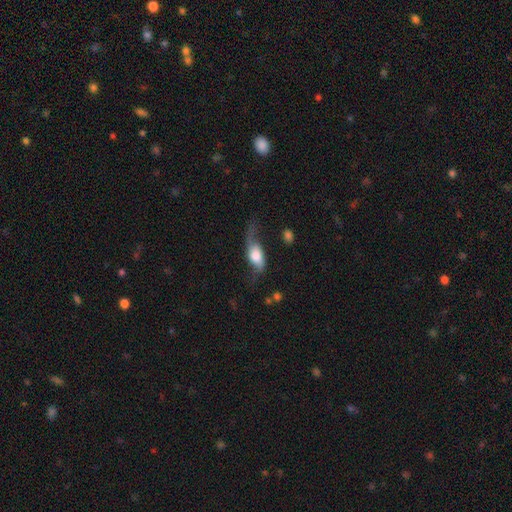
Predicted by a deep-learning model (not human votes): Q: Smooth or featured?
A: featured or disk (53%); runner-up: smooth (39%)
Q: Edge-on disk?
A: no (78%); runner-up: yes (22%)
Q: Merging?
A: none (40%); runner-up: major disturbance (29%)